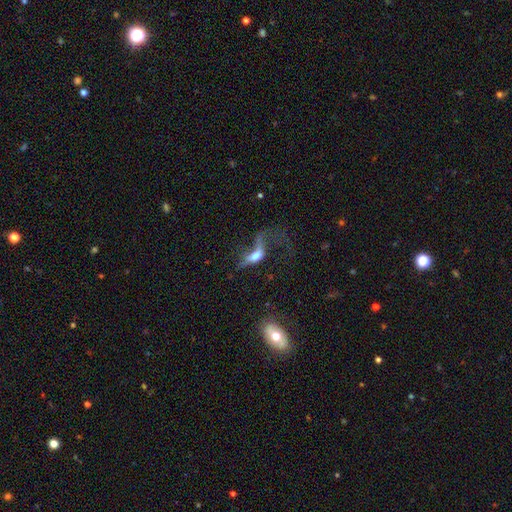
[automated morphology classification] A featured or disk galaxy (51%).

Vote fractions:
- Smooth or featured? featured or disk: 51% / smooth: 37% / star or artifact: 12%
- Edge-on disk? no: 71% / yes: 29%
- Merging? major disturbance: 60% / none: 17% / minor disturbance: 12% / merger: 11%